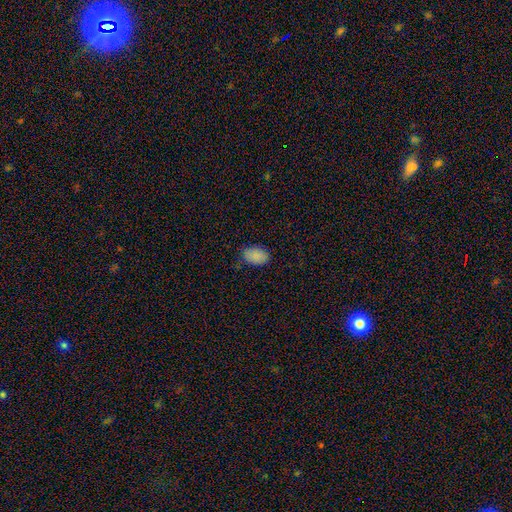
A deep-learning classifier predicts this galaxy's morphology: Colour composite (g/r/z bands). It shows a smooth galaxy with no disk features (88%) that is in between round and cigar-shaped (90%). Merging: none (81%).